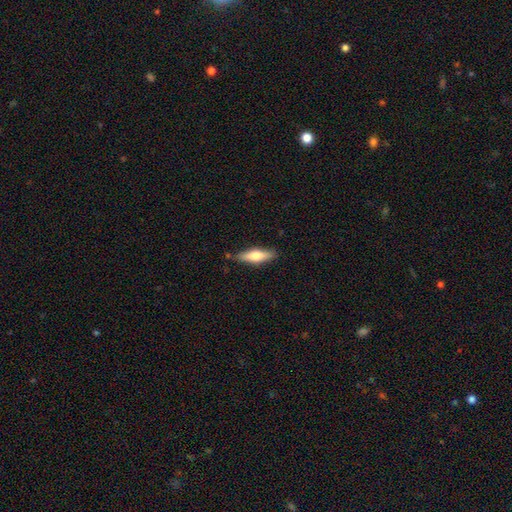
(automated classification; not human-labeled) Smooth or featured: smooth — 54% (featured or disk — 40%)
How rounded: cigar-shaped — 57% (in between — 40%)
Merging: none — 84% (minor disturbance — 12%)